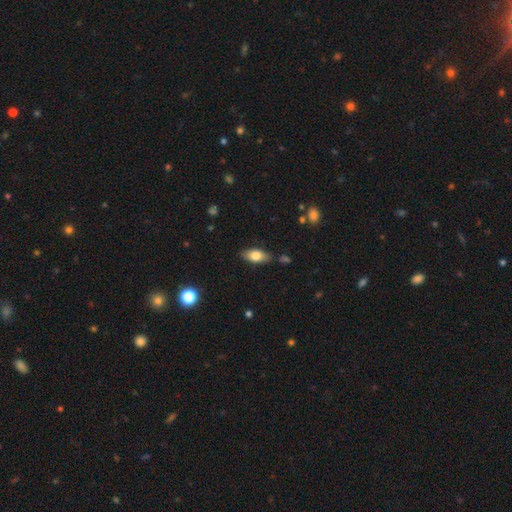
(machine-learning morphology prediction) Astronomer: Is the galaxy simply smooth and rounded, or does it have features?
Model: smooth — 77%.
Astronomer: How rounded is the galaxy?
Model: in between — 85%.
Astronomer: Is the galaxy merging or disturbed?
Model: none — 81%.